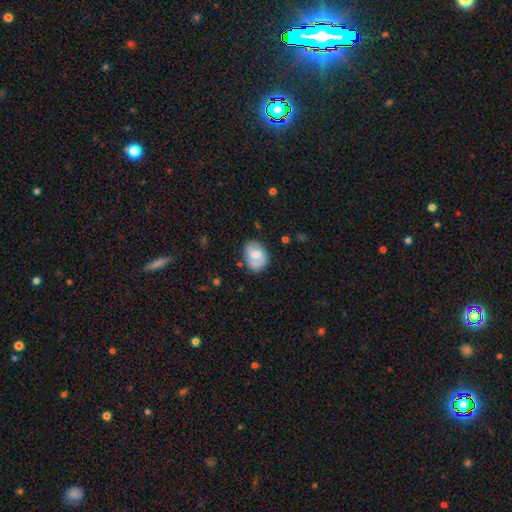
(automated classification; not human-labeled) smooth_or_featured: smooth (p=0.61) [alt: featured or disk p=0.32]
how_rounded: in between (p=0.66) [alt: round p=0.33]
merging: none (p=0.66) [alt: minor disturbance p=0.24]